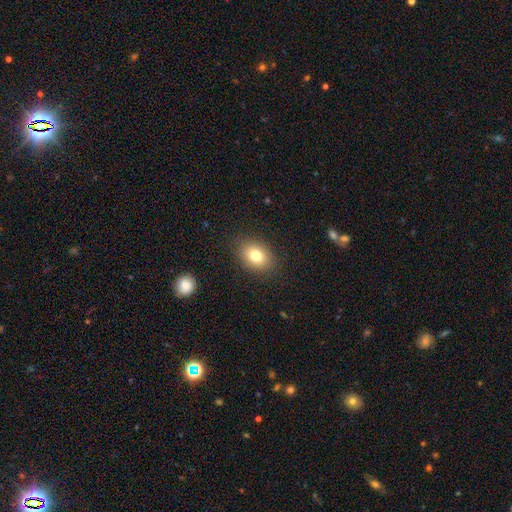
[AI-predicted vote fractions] Smooth or featured: smooth — 79% (featured or disk — 11%)
How rounded: in between — 68% (round — 31%)
Merging: none — 87% (minor disturbance — 9%)